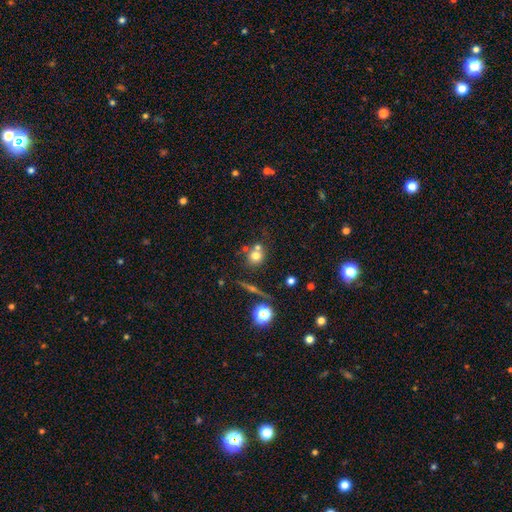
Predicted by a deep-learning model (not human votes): A smooth galaxy with no disk features (67%) that is round (85%). Merging: none (53%).